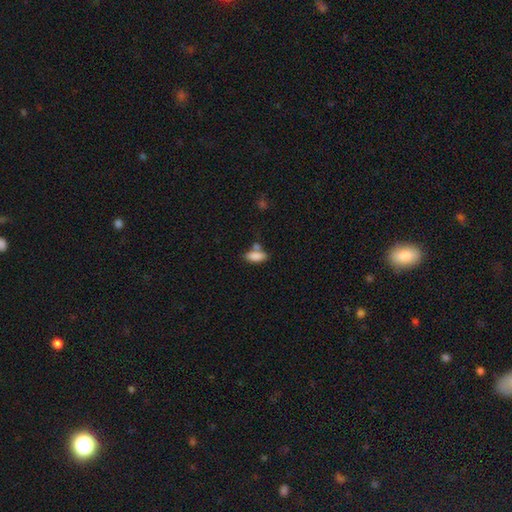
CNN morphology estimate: smooth_or_featured: smooth (p=0.83) [alt: featured or disk p=0.09]
how_rounded: in between (p=0.79) [alt: cigar-shaped p=0.18]
merging: none (p=0.50) [alt: merger p=0.27]